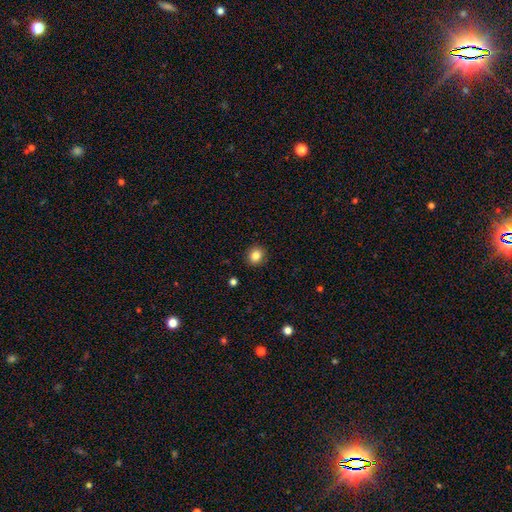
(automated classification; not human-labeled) The model was most divided on "how rounded": round: 83%, in between: 17%, cigar-shaped: 1%. More confident: merging — none (91%); smooth or featured — smooth (85%).